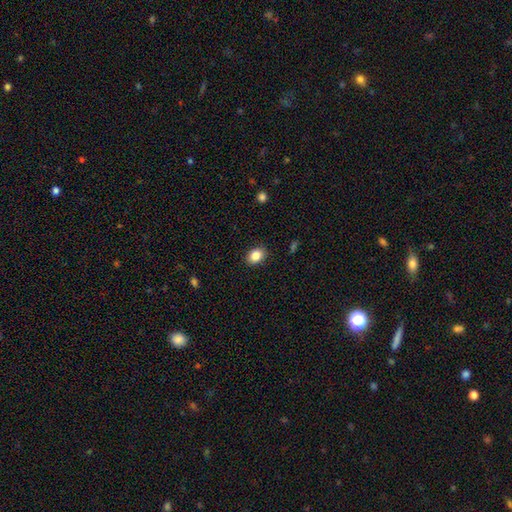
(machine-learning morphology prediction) smooth-or-featured: smooth: 86% | star or artifact: 9% | featured or disk: 6%
  how-rounded: in between: 73% | round: 26% | cigar-shaped: 1%
  merging: none: 89% | minor disturbance: 8% | major disturbance: 2% | merger: 1%